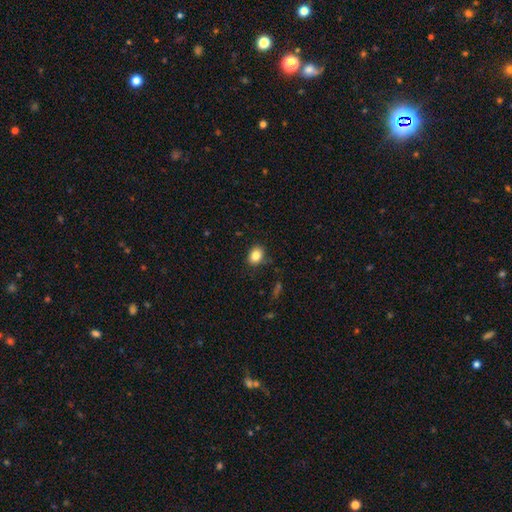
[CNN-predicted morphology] A smooth galaxy with no disk features (84%) that is in between round and cigar-shaped (64%). Merging: none (83%).